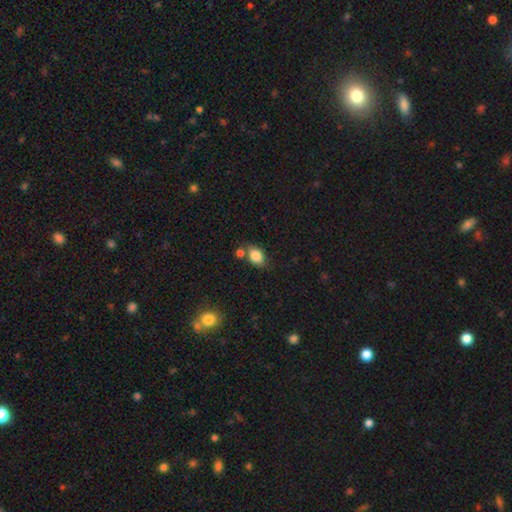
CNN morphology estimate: A smooth galaxy with no disk features (84%) that is in between round and cigar-shaped (81%). Merging: none (66%).